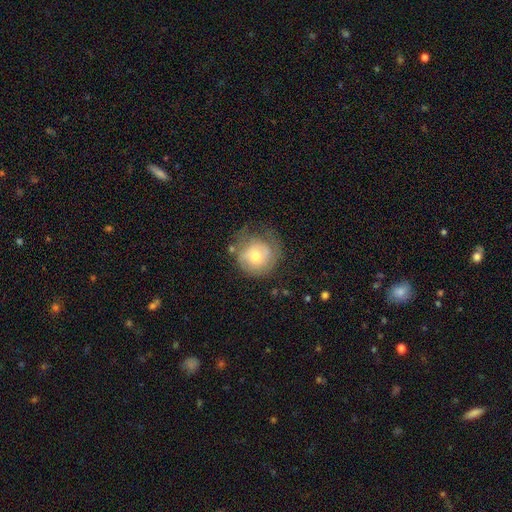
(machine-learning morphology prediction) A smooth galaxy with no disk features (47%). Merging: none (56%).